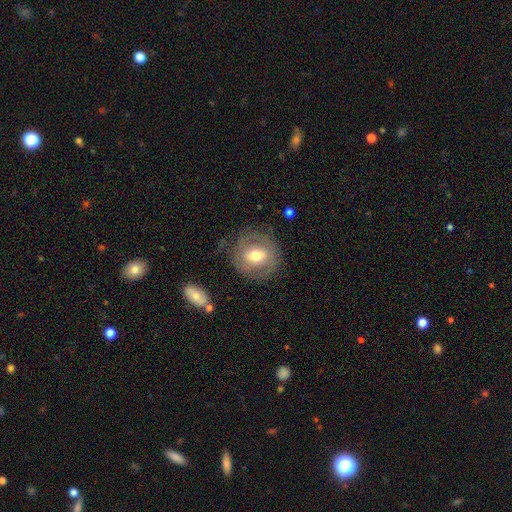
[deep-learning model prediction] Overall: smooth (48%; featured or disk 45%). Merging: none (76%).